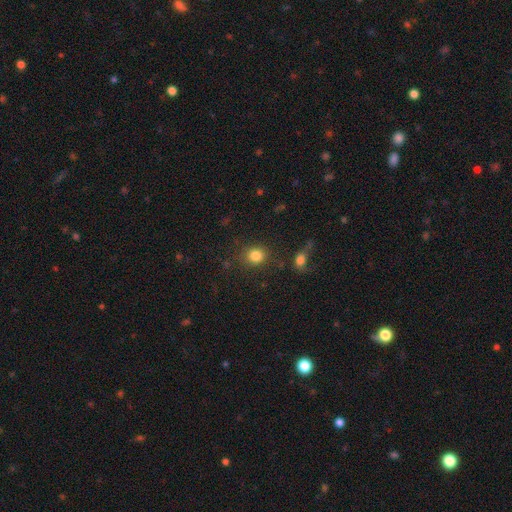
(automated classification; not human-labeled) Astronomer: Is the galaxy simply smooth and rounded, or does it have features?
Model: smooth — 84%.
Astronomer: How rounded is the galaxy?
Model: round — 78%.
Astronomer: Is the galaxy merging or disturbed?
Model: none — 80%.